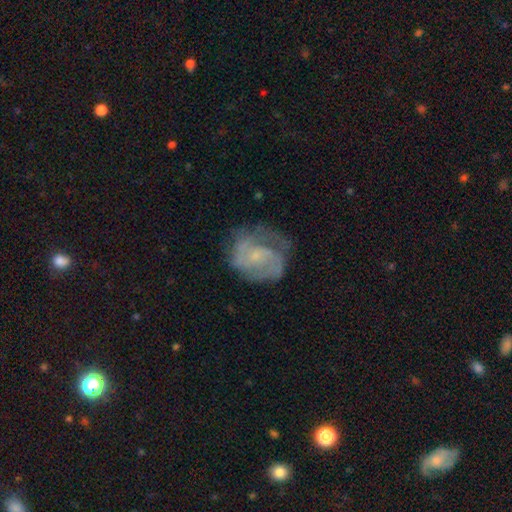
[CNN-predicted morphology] This appears to be a featured or disk galaxy (69%) with no bar (58%), 2 (48%) medium (45%) spiral arms (84%) and a small central bulge (62%). Merging: none (60%).